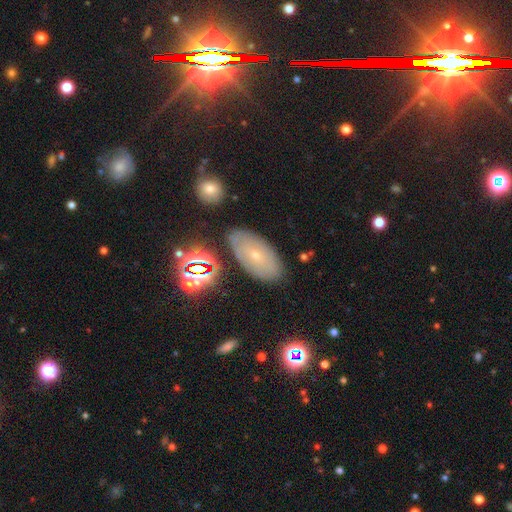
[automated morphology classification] smooth_or_featured: smooth (p=0.42) [alt: featured or disk p=0.40]
merging: none (p=0.80) [alt: minor disturbance p=0.14]